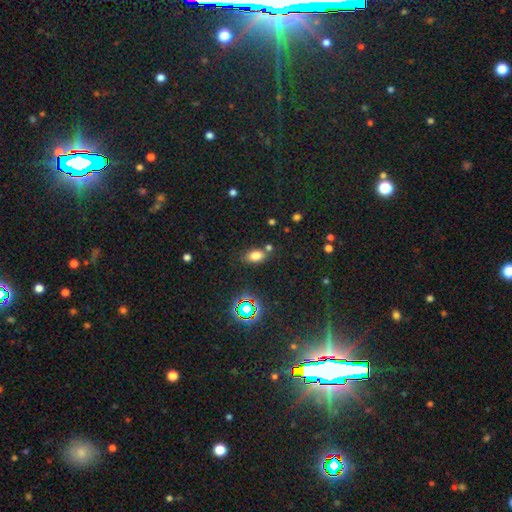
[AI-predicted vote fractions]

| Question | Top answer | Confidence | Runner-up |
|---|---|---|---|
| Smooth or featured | smooth | 74% | star or artifact (18%) |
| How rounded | in between | 83% | round (14%) |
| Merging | none | 74% | minor disturbance (13%) |